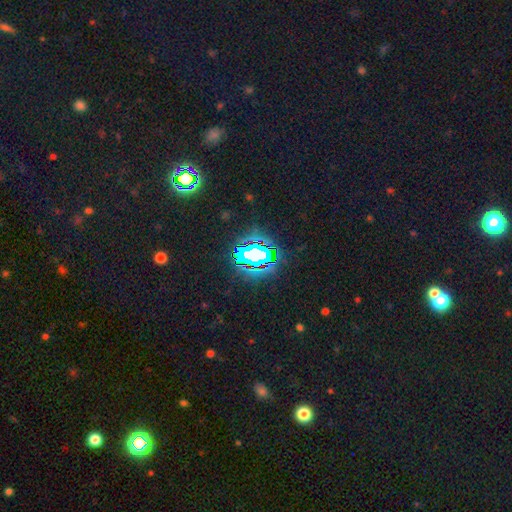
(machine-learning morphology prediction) Q: Smooth or featured?
A: star or artifact (67%); runner-up: smooth (19%)